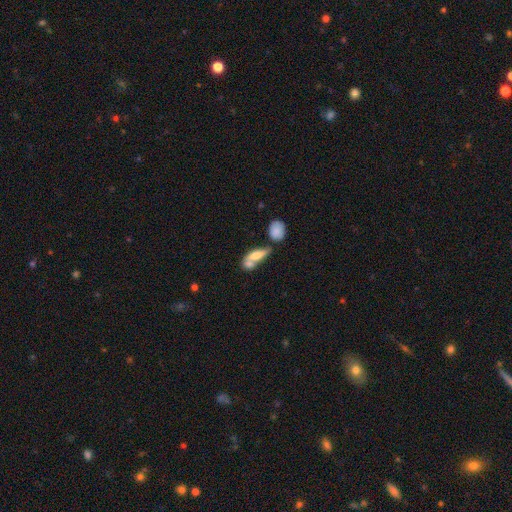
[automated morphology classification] A smooth galaxy with no disk features (62%) that is in between round and cigar-shaped (64%).

Vote fractions:
- Smooth or featured? smooth: 62% / featured or disk: 30% / star or artifact: 9%
- How rounded? in between: 64% / cigar-shaped: 32% / round: 4%
- Merging? merger: 48% / none: 28% / minor disturbance: 14% / major disturbance: 10%